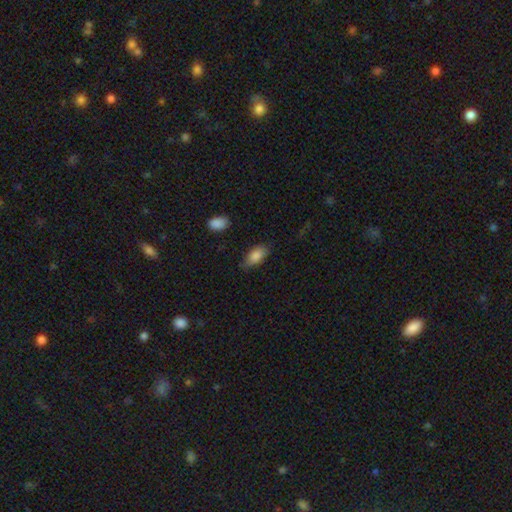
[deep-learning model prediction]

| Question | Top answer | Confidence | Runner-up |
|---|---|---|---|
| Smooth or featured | smooth | 85% | featured or disk (8%) |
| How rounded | in between | 90% | cigar-shaped (6%) |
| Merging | none | 73% | minor disturbance (21%) |